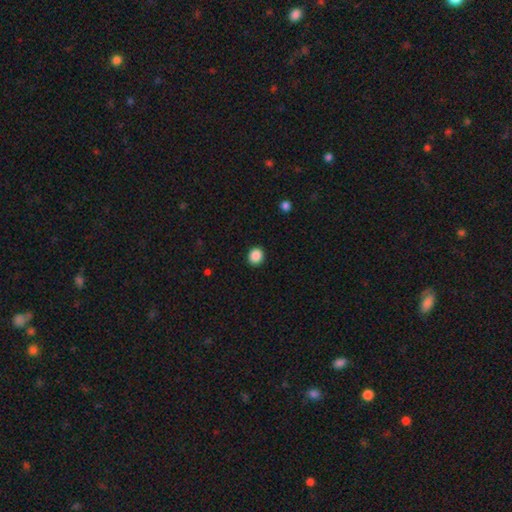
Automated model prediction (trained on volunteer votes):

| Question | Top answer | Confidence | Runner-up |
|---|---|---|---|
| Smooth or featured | smooth | 88% | star or artifact (9%) |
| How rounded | round | 79% | in between (20%) |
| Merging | none | 92% | minor disturbance (6%) |